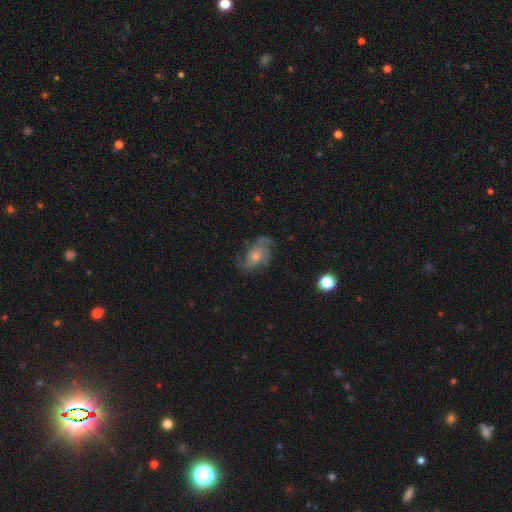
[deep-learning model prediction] Smooth or featured?
  - featured or disk: 75% *
  - smooth: 15%
  - star or artifact: 10%
Edge-on disk?
  - no: 96% *
  - yes: 4%
Bar?
  - no: 73% *
  - weak: 23%
  - strong: 4%
Spiral arms?
  - yes: 92% *
  - no: 8%
Spiral winding?
  - medium: 48% *
  - tight: 32%
  - loose: 20%
Spiral arm count?
  - 2: 33% *
  - 3: 27%
  - can't tell: 23%
  - 4: 7%
  - 1: 5%
  - more than 4: 5%
Bulge size?
  - moderate: 47% *
  - small: 42%
  - large: 6%
  - none: 5%
  - dominant: 1%
Merging?
  - none: 67% *
  - minor disturbance: 19%
  - major disturbance: 12%
  - merger: 2%